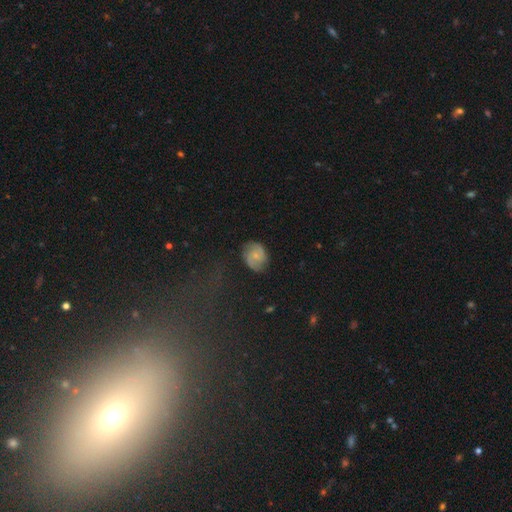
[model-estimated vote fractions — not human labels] smooth-or-featured: featured or disk: 60% | smooth: 32% | star or artifact: 8%
  disk-edge-on: no: 98% | yes: 2%
    bar: no: 58% | weak: 36% | strong: 6%
    has-spiral-arms: yes: 91% | no: 9%
      spiral-winding: medium: 47% | tight: 27% | loose: 25%
      spiral-arm-count: 2: 83% | can't tell: 9% | 3: 3% | 1: 2% | 4: 1% | more than 4: 1%
    bulge-size: small: 66% | moderate: 20% | none: 12% | large: 1% | dominant: 1%
  merging: none: 76% | minor disturbance: 17% | major disturbance: 5% | merger: 1%